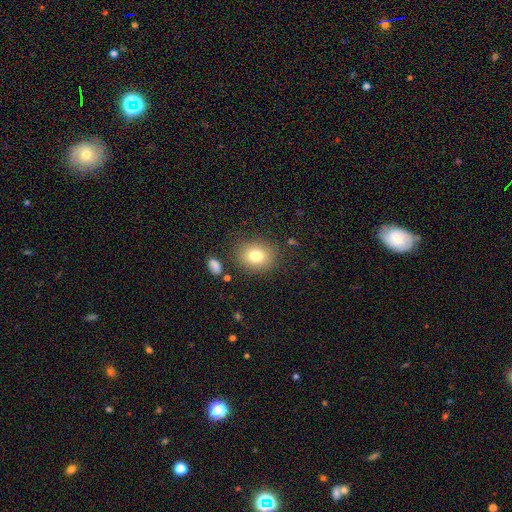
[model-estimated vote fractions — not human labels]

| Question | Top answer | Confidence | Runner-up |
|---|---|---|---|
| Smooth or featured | smooth | 78% | star or artifact (11%) |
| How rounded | round | 56% | in between (43%) |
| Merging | none | 82% | minor disturbance (11%) |